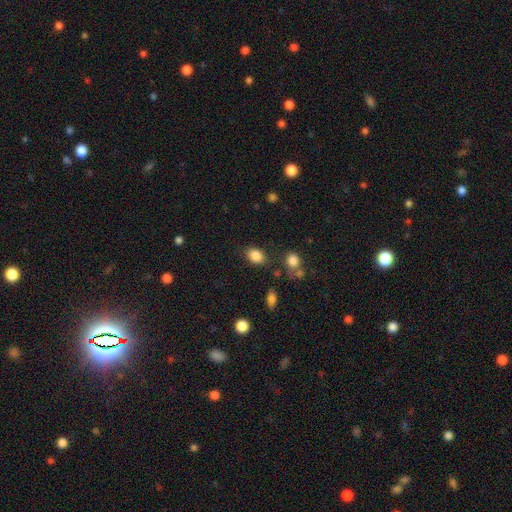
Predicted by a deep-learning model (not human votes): Smooth or featured: smooth — 85% (star or artifact — 9%)
How rounded: in between — 75% (round — 23%)
Merging: none — 77% (minor disturbance — 14%)